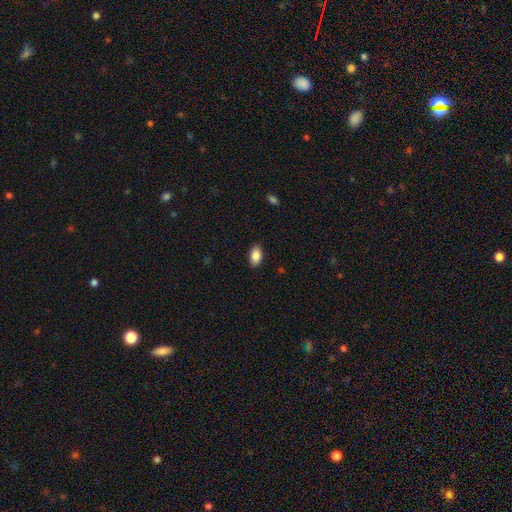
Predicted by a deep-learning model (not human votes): Morphology: type=smooth (87%); roundness=in between (93%); merging=none (88%).